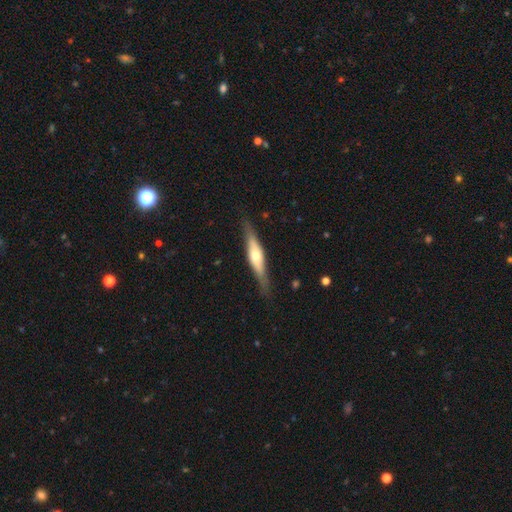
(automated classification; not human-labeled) Smooth or featured? Predicted: featured or disk (p=0.60). Edge-on disk? Predicted: yes (p=0.91). Edge-on bulge? Predicted: rounded (p=0.86). Merging? Predicted: none (p=0.83).